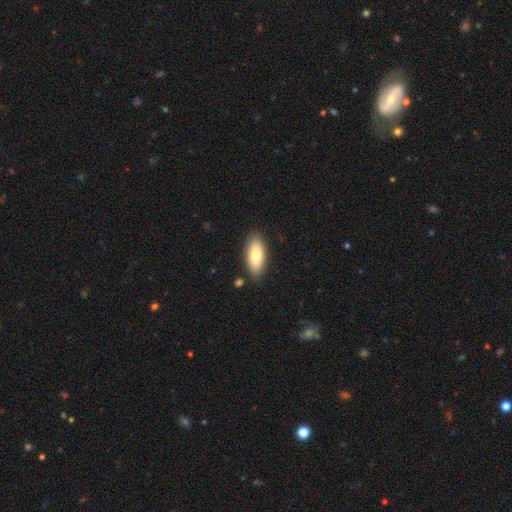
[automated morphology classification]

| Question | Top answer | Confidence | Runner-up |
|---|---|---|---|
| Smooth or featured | smooth | 80% | featured or disk (14%) |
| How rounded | in between | 82% | cigar-shaped (16%) |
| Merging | none | 86% | minor disturbance (10%) |